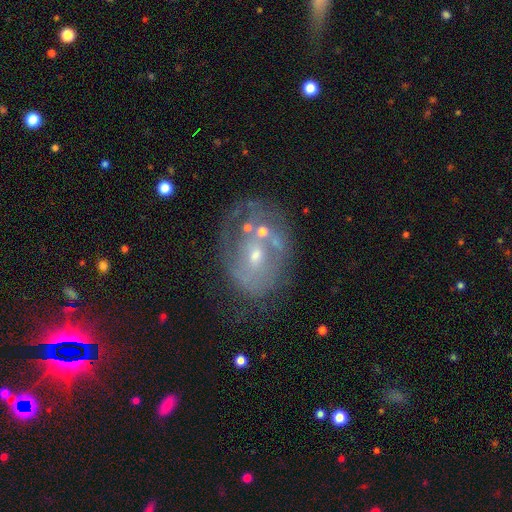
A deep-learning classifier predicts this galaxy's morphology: This is likely a featured or disk galaxy (68%). It is clearly not viewed edge-on (97%). Bar: likely no (73%). Spiral arm pattern: possibly yes (54%). Central bulge: likely small (61%). Merging: marginally none (42%).